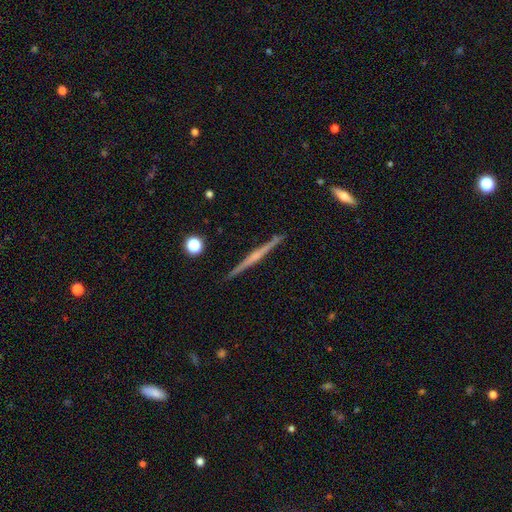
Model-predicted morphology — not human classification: The model was most divided on "edge-on bulge": rounded: 52%, none: 35%, boxy: 13%. More confident: edge-on disk — yes (99%); merging — none (91%); smooth or featured — featured or disk (76%).